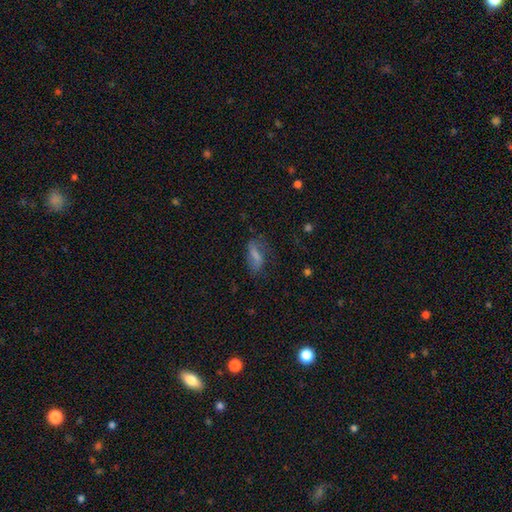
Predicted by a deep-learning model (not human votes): This is likely a smooth galaxy (66%). How rounded: likely in between (78%). Merging: possibly none (53%).